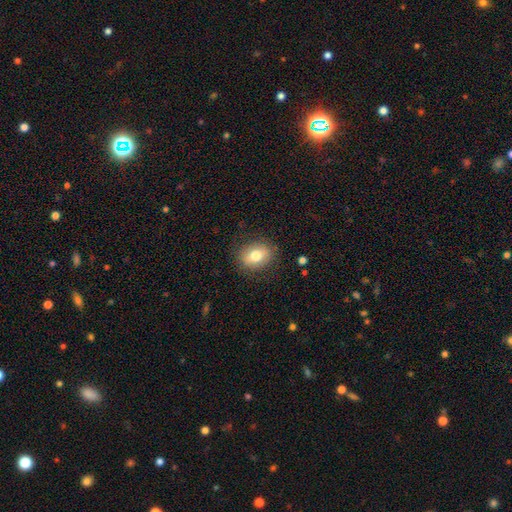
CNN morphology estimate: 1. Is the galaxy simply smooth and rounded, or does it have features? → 74% smooth, 18% featured or disk, 8% star or artifact.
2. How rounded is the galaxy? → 62% in between, 37% round, 1% cigar-shaped.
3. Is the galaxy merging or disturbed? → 84% none, 11% minor disturbance, 3% major disturbance, 1% merger.